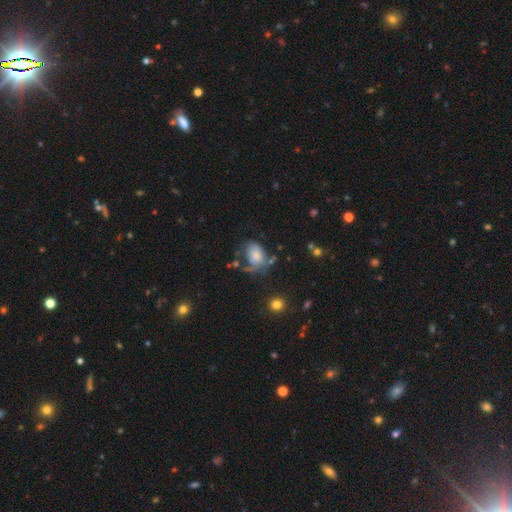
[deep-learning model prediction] smooth_or_featured: smooth (p=0.68) [alt: featured or disk p=0.22]
how_rounded: in between (p=0.78) [alt: round p=0.21]
merging: none (p=0.36) [alt: minor disturbance p=0.28]